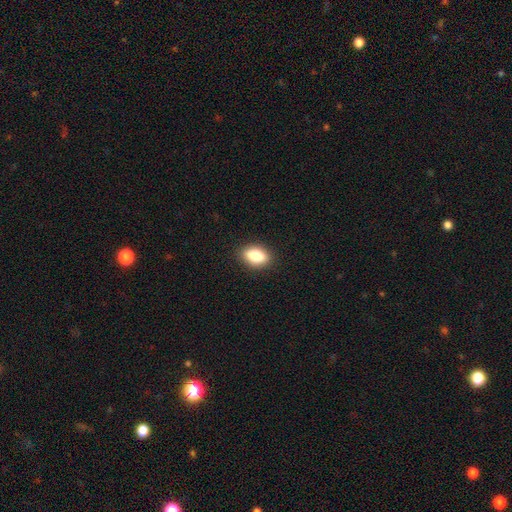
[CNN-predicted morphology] smooth_or_featured: smooth (p=0.83) [alt: featured or disk p=0.09]
how_rounded: in between (p=0.84) [alt: round p=0.11]
merging: none (p=0.89) [alt: minor disturbance p=0.08]